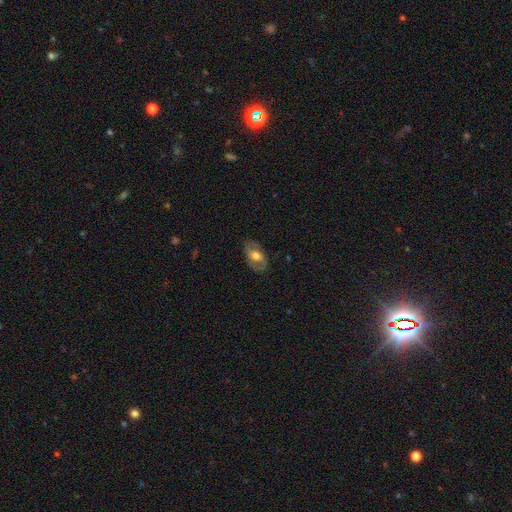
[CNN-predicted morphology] This appears to be a featured or disk galaxy (49%). Merging: none (77%).